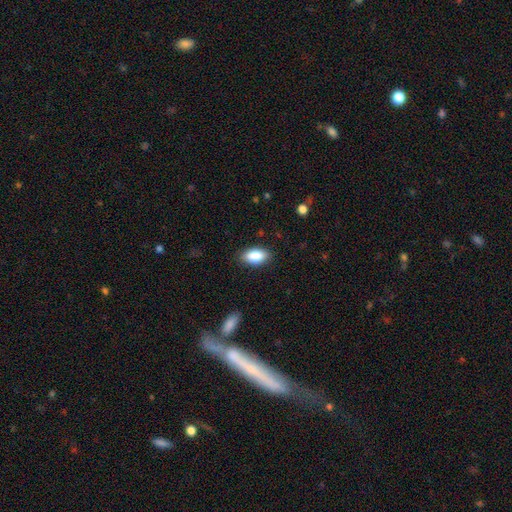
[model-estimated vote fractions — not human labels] This appears to be a smooth galaxy with no disk features (87%) that is in between round and cigar-shaped (93%). Merging: none (87%).